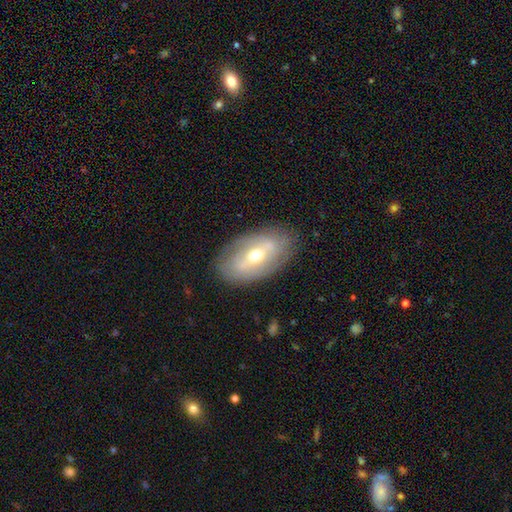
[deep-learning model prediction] The model was most divided on "spiral arms": no: 51%, yes: 49%. Remaining: edge-on disk — no (88%); merging — none (82%); bulge size — moderate (69%); smooth or featured — featured or disk (65%); bar — weak (37%).